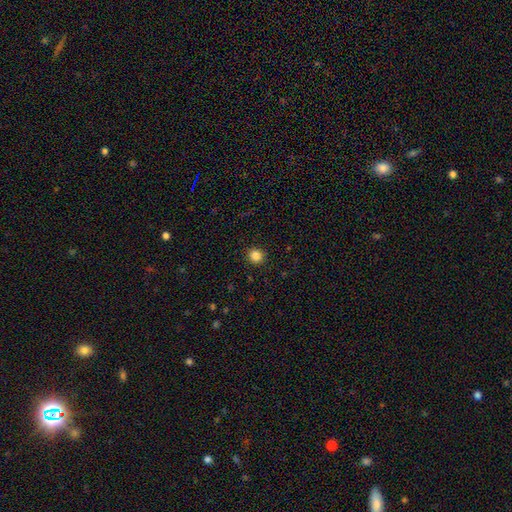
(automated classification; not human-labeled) Overall: smooth (85%). How rounded: round (90%). Merging: none (92%).